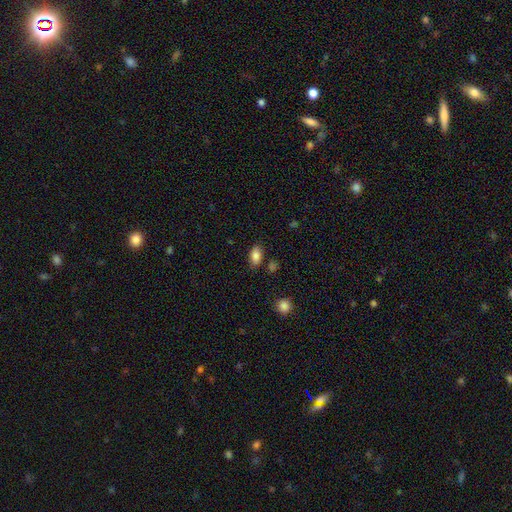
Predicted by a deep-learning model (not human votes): The model was most divided on "merging": none: 81%, minor disturbance: 13%, merger: 4%, major disturbance: 3%. More confident: how rounded — in between (90%); smooth or featured — smooth (85%).